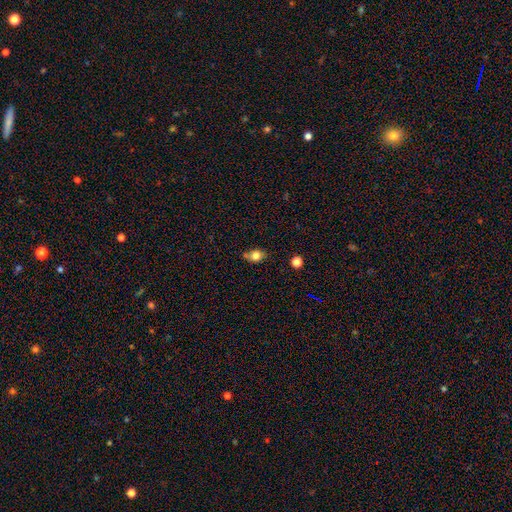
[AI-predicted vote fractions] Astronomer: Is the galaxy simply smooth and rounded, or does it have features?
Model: smooth — 80%.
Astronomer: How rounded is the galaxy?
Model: round — 50% (runner-up: in between, 49%).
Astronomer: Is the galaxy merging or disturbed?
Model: none — 60%.